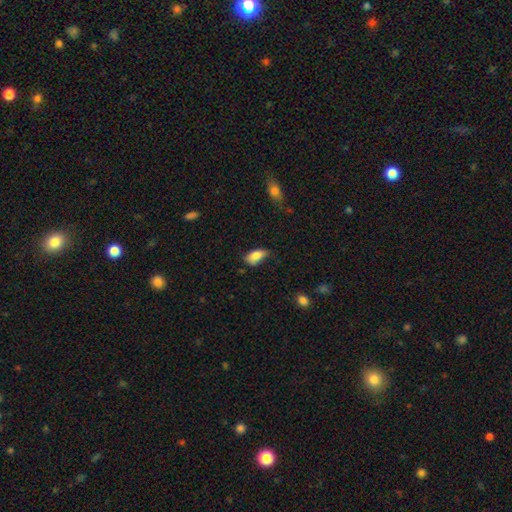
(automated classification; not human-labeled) Q: Smooth or featured?
A: smooth (82%); runner-up: featured or disk (10%)
Q: How rounded?
A: in between (90%); runner-up: cigar-shaped (6%)
Q: Merging?
A: none (48%); runner-up: minor disturbance (39%)